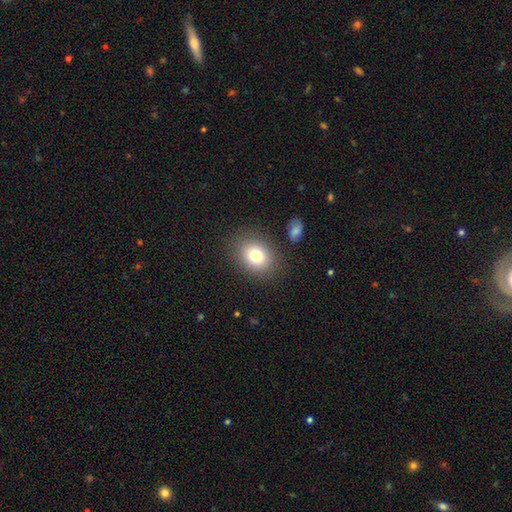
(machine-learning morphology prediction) Smooth or featured? Predicted: smooth (p=0.78). How rounded? Predicted: round (p=0.50). Merging? Predicted: none (p=0.84).